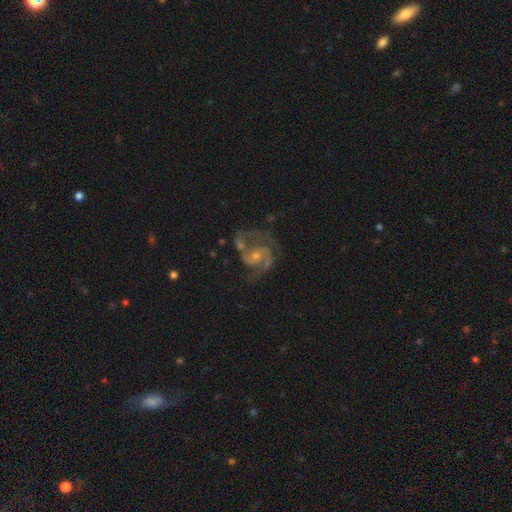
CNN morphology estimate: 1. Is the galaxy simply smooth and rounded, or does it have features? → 88% featured or disk, 7% star or artifact, 5% smooth.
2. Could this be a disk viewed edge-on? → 98% no, 2% yes.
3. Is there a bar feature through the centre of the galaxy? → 58% no, 34% weak, 8% strong.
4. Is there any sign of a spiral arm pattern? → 97% yes, 3% no.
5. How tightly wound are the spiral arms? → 60% medium, 22% tight, 18% loose.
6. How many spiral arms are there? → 81% 2, 8% 3, 5% can't tell, 3% 1, 2% 4, 2% more than 4.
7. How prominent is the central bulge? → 60% small, 33% moderate, 4% none, 2% large, 1% dominant.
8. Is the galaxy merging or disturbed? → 59% none, 18% minor disturbance, 16% major disturbance, 7% merger.